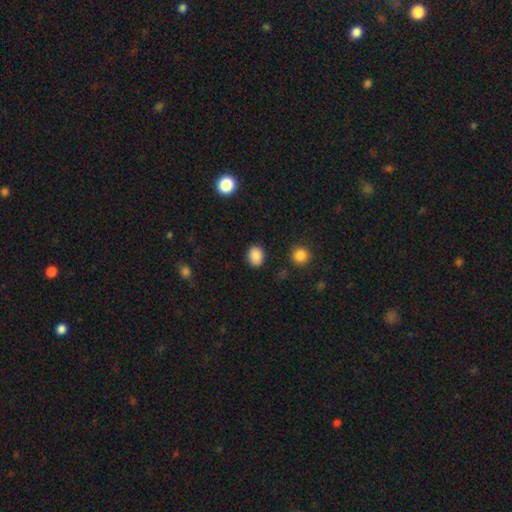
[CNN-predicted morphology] Overall: smooth (87%). How rounded: in between (53%; round 46%). Merging: none (87%).